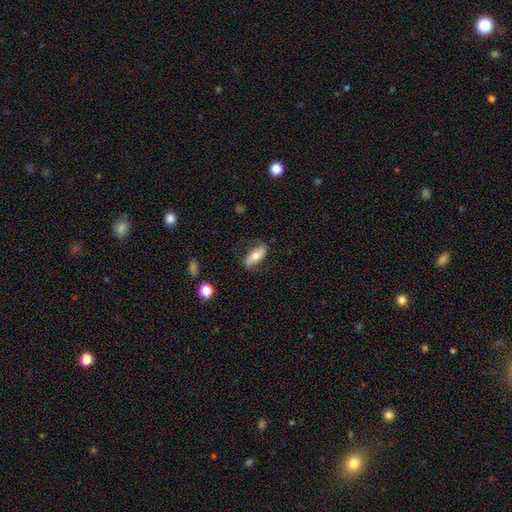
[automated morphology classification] Overall: smooth (50%; featured or disk 43%). Merging: none (76%).